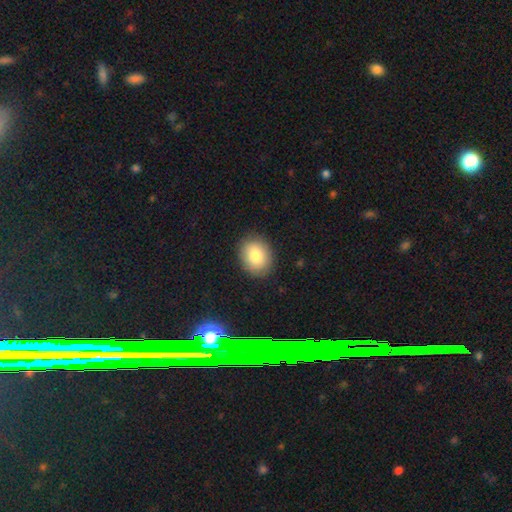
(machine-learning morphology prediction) A smooth galaxy with no disk features (81%) that is round (56%). Merging: none (88%).